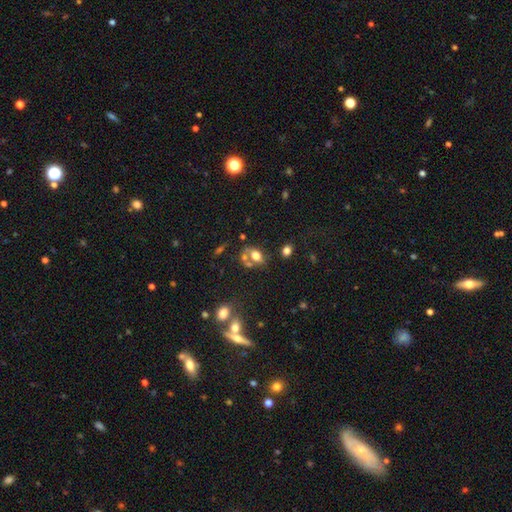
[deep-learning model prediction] Smooth or featured? Predicted: smooth (p=0.65). How rounded? Predicted: in between (p=0.75). Merging? Predicted: merger (p=0.38, tied with none).